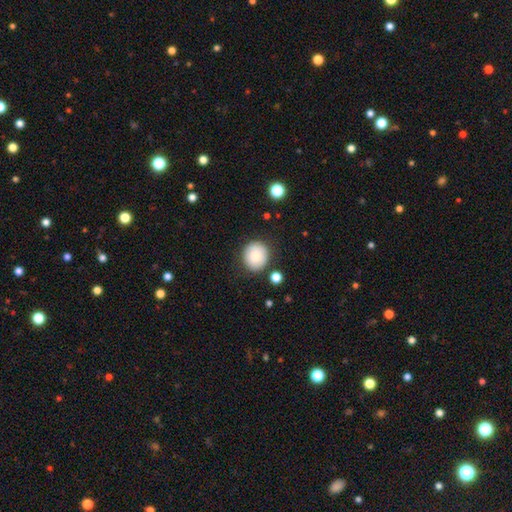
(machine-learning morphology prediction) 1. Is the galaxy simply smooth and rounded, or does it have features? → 87% smooth, 8% star or artifact, 6% featured or disk.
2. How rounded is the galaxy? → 84% round, 15% in between, 1% cigar-shaped.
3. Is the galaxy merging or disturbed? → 84% none, 10% minor disturbance, 3% merger, 3% major disturbance.